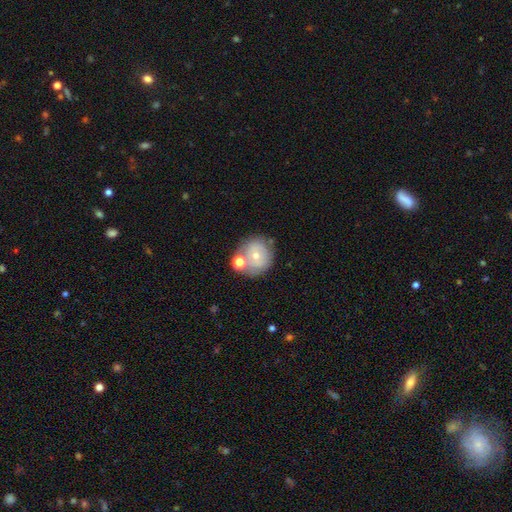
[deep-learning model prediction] Smooth or featured? smooth (56%)
How rounded? round (85%)
Merging? none (56%)